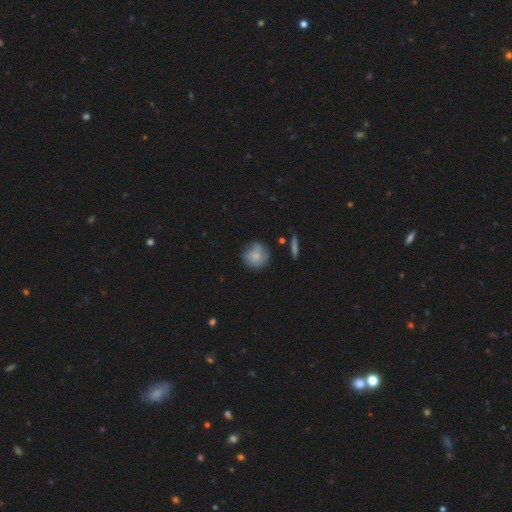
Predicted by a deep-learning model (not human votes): Smooth or featured?
  - smooth: 69% *
  - featured or disk: 23%
  - star or artifact: 8%
How rounded?
  - round: 86% *
  - in between: 12%
  - cigar-shaped: 1%
Merging?
  - none: 65% *
  - minor disturbance: 24%
  - major disturbance: 7%
  - merger: 3%